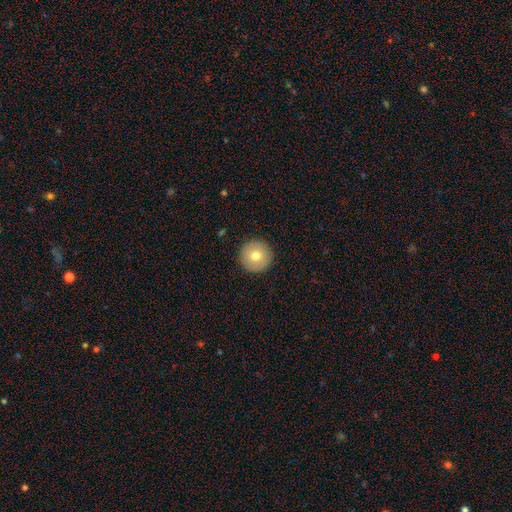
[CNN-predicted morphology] Smooth or featured? Predicted: smooth (p=0.73). How rounded? Predicted: round (p=0.97). Merging? Predicted: none (p=0.92).